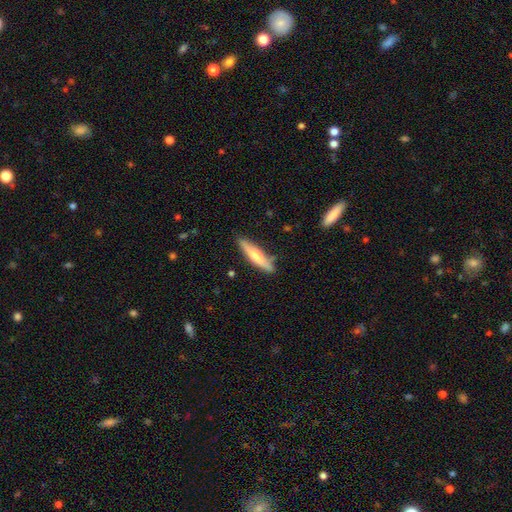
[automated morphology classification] type=smooth (57%); roundness=cigar-shaped (81%); merging=none (82%).